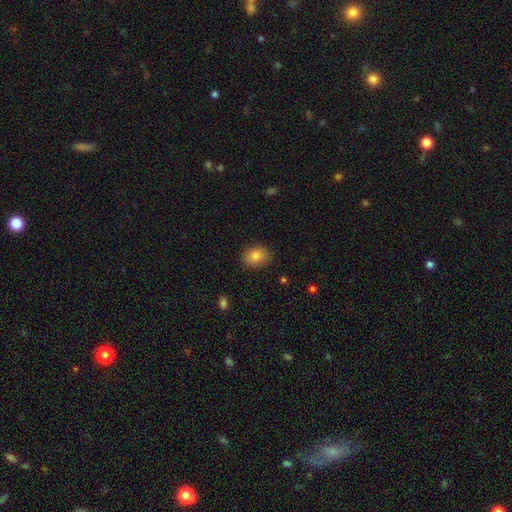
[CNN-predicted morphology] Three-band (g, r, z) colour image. It shows a smooth galaxy with no disk features (83%) that is in between round and cigar-shaped (61%). Merging: none (84%).